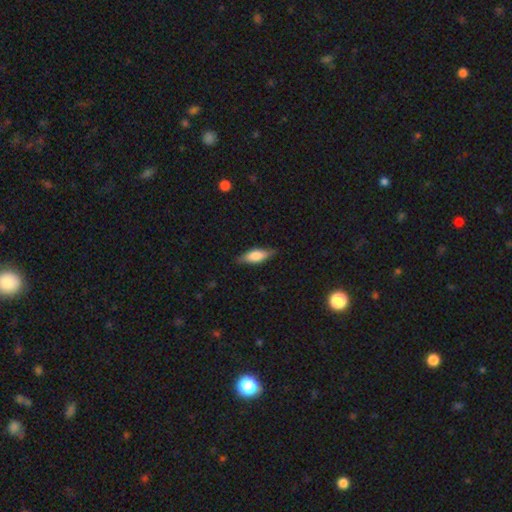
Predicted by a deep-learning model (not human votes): Q: Smooth or featured?
A: smooth (65%); runner-up: featured or disk (28%)
Q: How rounded?
A: in between (66%); runner-up: cigar-shaped (32%)
Q: Merging?
A: none (80%); runner-up: minor disturbance (16%)